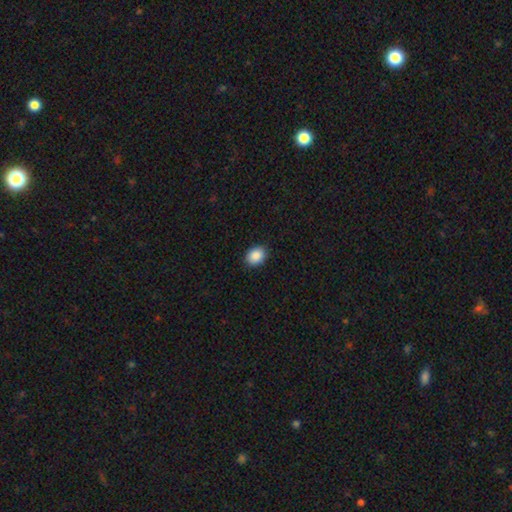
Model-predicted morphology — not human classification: This is clearly a smooth galaxy (89%). How rounded: likely in between (63%). Merging: clearly none (90%).